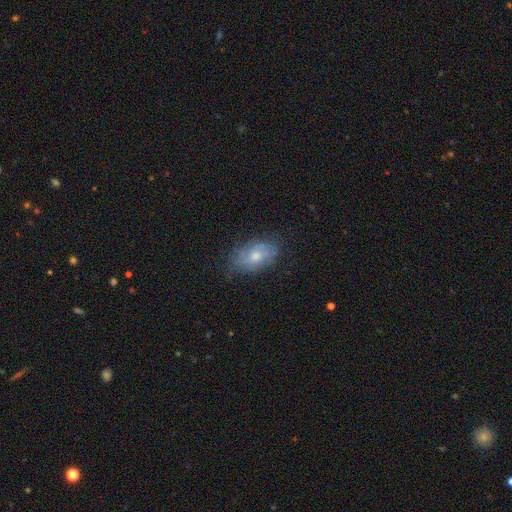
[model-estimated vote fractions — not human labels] Smooth or featured? Predicted: smooth (p=0.52). How rounded? Predicted: in between (p=0.88). Merging? Predicted: none (p=0.67).